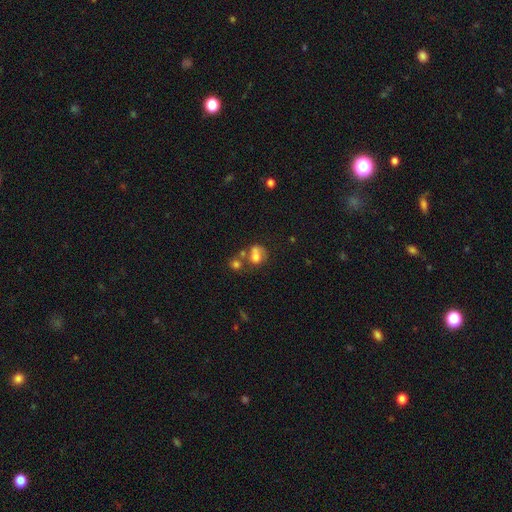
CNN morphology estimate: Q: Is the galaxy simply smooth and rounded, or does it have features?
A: smooth — 65%.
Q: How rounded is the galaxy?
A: in between — 52%.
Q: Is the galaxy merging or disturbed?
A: merger — 40%.